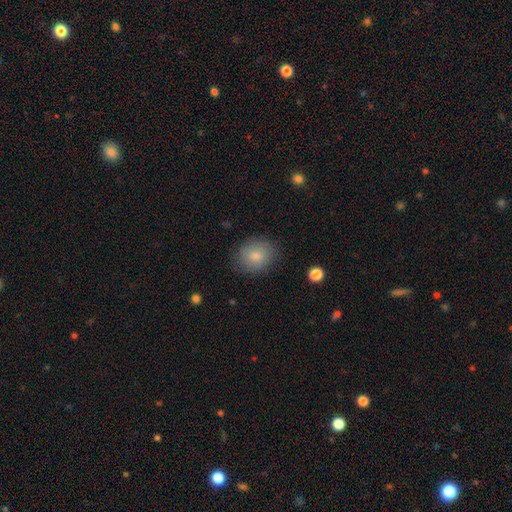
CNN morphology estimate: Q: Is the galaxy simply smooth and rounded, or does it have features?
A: smooth — 84%.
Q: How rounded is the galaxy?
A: round — 64%.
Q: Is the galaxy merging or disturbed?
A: none — 82%.